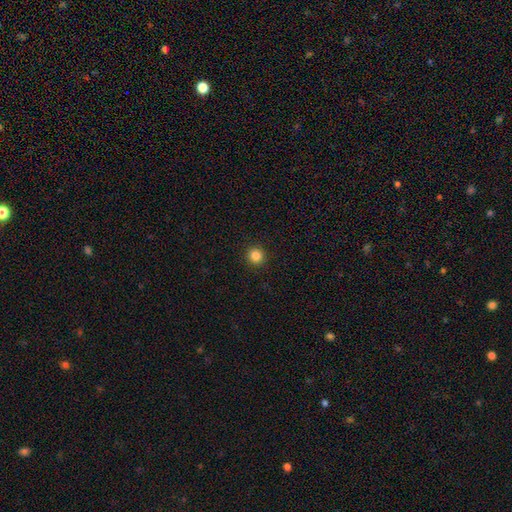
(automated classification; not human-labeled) The model was most divided on "smooth or featured": smooth: 84%, star or artifact: 12%, featured or disk: 4%. More confident: how rounded — round (94%); merging — none (93%).